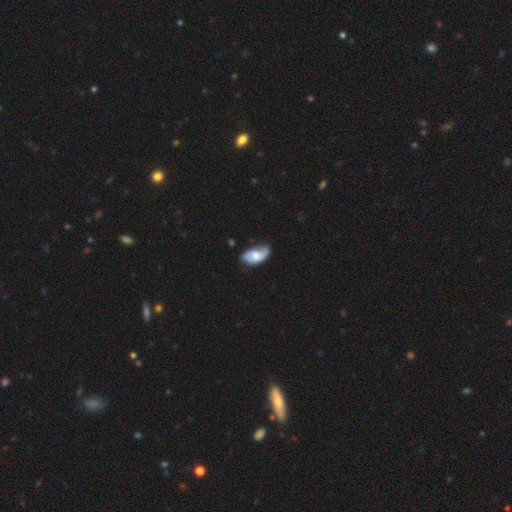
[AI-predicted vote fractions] Smooth or featured? smooth (49%)
Merging? none (49%)